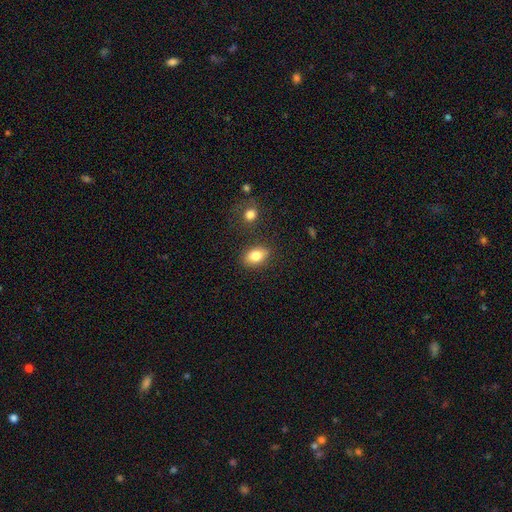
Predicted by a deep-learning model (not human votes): smooth_or_featured: smooth (p=0.82) [alt: featured or disk p=0.10]
how_rounded: in between (p=0.83) [alt: round p=0.15]
merging: none (p=0.83) [alt: minor disturbance p=0.10]